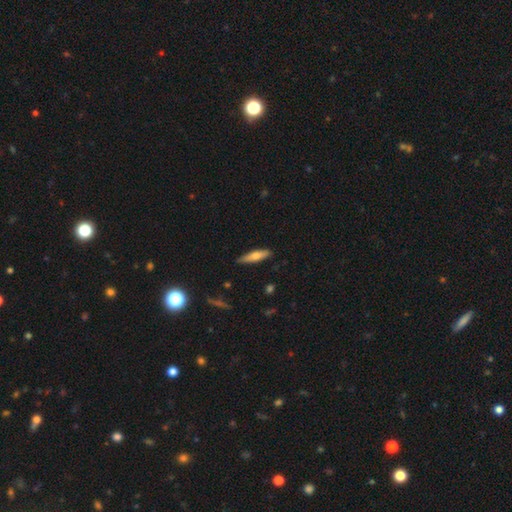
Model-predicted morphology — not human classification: Smooth or featured? smooth (62%)
How rounded? cigar-shaped (75%)
Merging? none (83%)